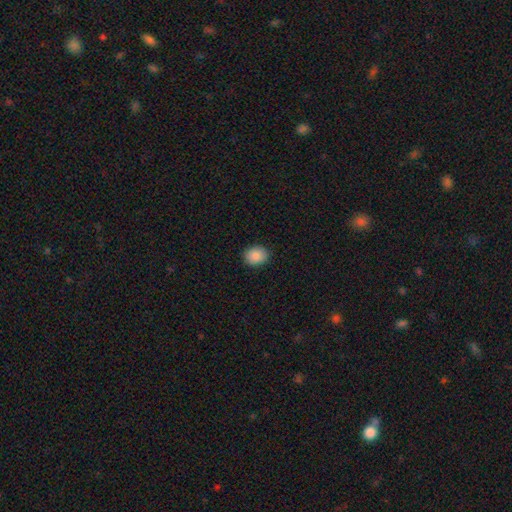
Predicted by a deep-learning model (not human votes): Smooth or featured? smooth (88%)
How rounded? round (56%)
Merging? none (89%)